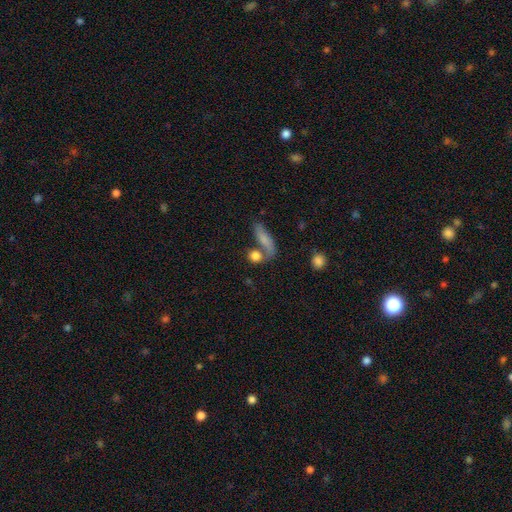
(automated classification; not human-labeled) The model was most divided on "merging": none: 46%, merger: 36%, minor disturbance: 11%, major disturbance: 8%. More confident: smooth or featured — smooth (78%); how rounded — round (57%).